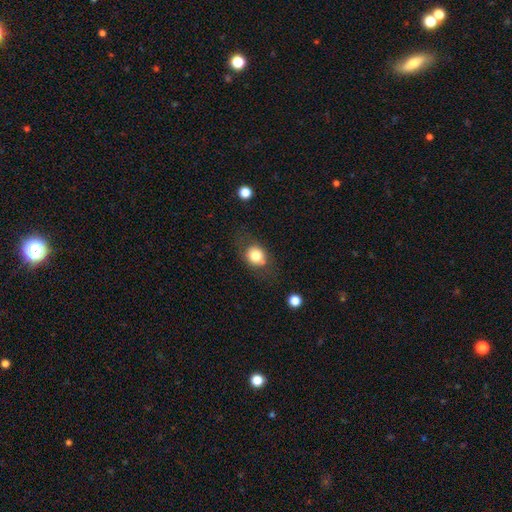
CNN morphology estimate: This is likely a smooth galaxy (77%). How rounded: likely round (63%). Merging: likely none (66%).